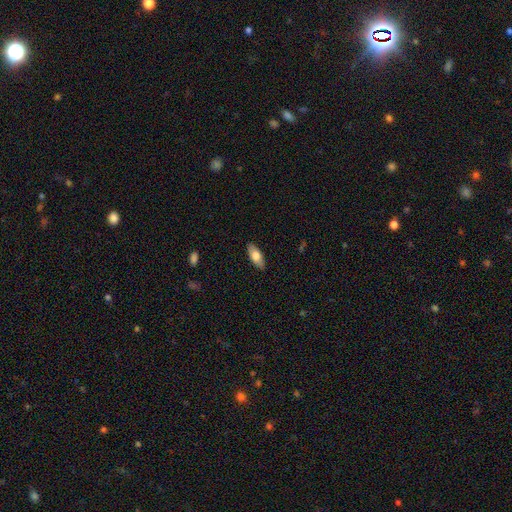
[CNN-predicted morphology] A smooth galaxy with no disk features (70%) that is in between round and cigar-shaped (79%). Merging: none (88%).